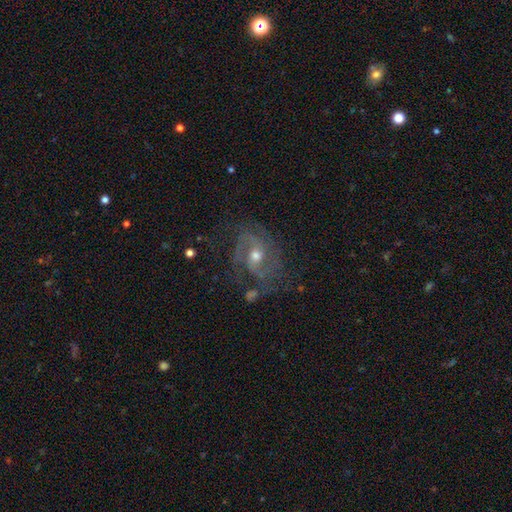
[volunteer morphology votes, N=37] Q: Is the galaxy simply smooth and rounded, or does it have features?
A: featured or disk — 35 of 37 (95%).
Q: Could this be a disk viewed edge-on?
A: no — 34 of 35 (97%).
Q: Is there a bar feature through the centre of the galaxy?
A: weak — 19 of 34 (56%).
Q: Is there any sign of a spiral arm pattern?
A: yes — 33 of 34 (97%).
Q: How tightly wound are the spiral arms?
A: medium — 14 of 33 (42%).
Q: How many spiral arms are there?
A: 2 — 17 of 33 (52%).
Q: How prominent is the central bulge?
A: moderate — 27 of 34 (79%).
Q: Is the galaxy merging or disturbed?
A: none — 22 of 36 (61%).